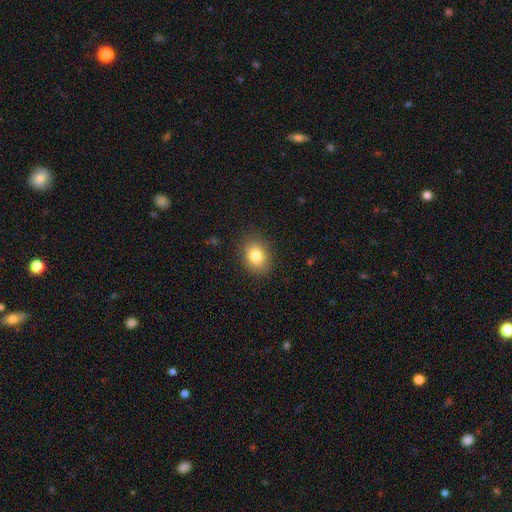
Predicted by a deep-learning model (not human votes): Smooth or featured?
  - smooth: 84% *
  - star or artifact: 9%
  - featured or disk: 7%
How rounded?
  - in between: 67% *
  - round: 32%
  - cigar-shaped: 1%
Merging?
  - none: 86% *
  - minor disturbance: 10%
  - major disturbance: 3%
  - merger: 1%